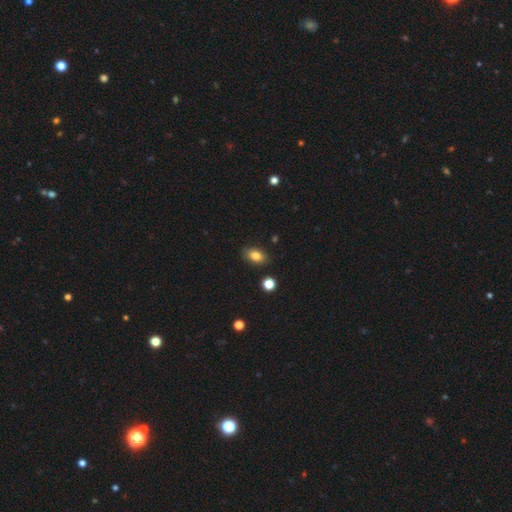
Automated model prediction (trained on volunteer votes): Smooth or featured? smooth (82%)
How rounded? in between (84%)
Merging? none (84%)